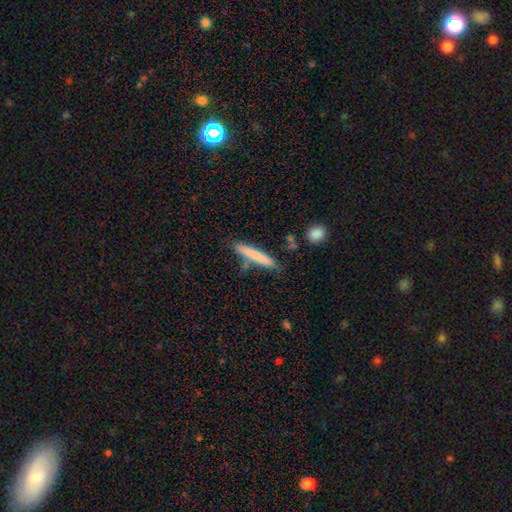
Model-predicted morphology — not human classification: Smooth or featured? Predicted: smooth (p=0.75). How rounded? Predicted: cigar-shaped (p=0.94). Merging? Predicted: none (p=0.80).